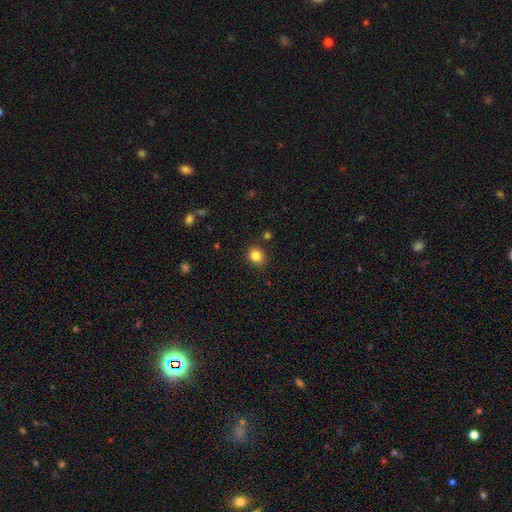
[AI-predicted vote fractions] smooth_or_featured: smooth (p=0.85) [alt: star or artifact p=0.11]
how_rounded: round (p=0.78) [alt: in between p=0.22]
merging: none (p=0.84) [alt: minor disturbance p=0.11]